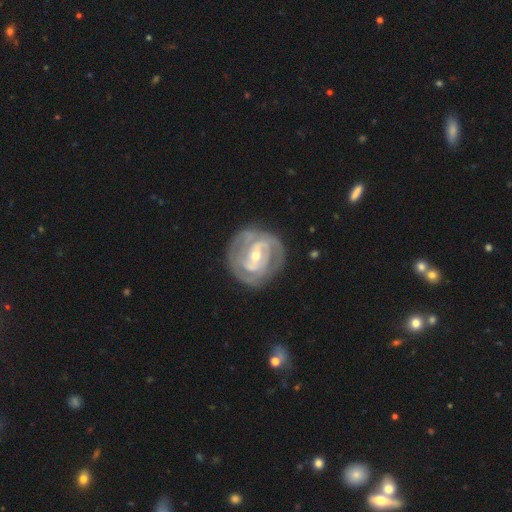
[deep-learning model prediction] Smooth or featured: featured or disk — 86% (smooth — 10%)
Edge-on disk: no — 97% (yes — 3%)
Bar: weak — 42% (strong — 35%)
Spiral arms: yes — 91% (no — 9%)
Spiral winding: tight — 67% (medium — 26%)
Spiral arm count: 2 — 44% (can't tell — 24%)
Bulge size: moderate — 52% (small — 45%)
Merging: none — 76% (minor disturbance — 16%)